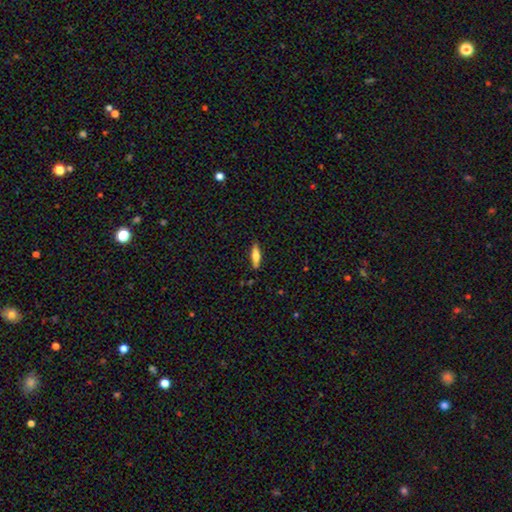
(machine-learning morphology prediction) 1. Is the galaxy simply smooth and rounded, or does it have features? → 70% smooth, 24% featured or disk, 7% star or artifact.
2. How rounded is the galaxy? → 60% cigar-shaped, 39% in between, 2% round.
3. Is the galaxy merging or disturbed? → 85% none, 12% minor disturbance, 2% major disturbance, 2% merger.